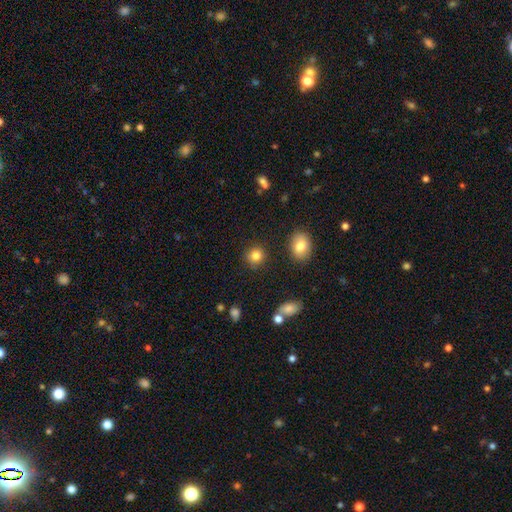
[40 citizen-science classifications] Smooth or featured?
  - smooth: 80% *
  - featured or disk: 10%
  - star or artifact: 10%
How rounded?
  - round: 88% *
  - in between: 12%
  - cigar-shaped: 0%
Merging?
  - none: 94% *
  - minor disturbance: 6%
  - major disturbance: 0%
  - merger: 0%